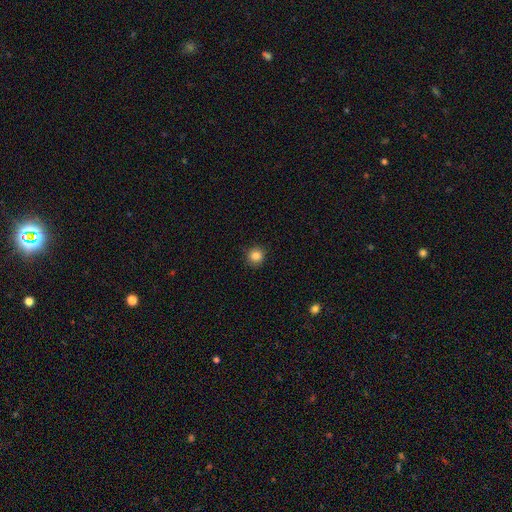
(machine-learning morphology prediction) Smooth or featured: smooth — 85% (star or artifact — 11%)
How rounded: round — 91% (in between — 8%)
Merging: none — 90% (minor disturbance — 7%)